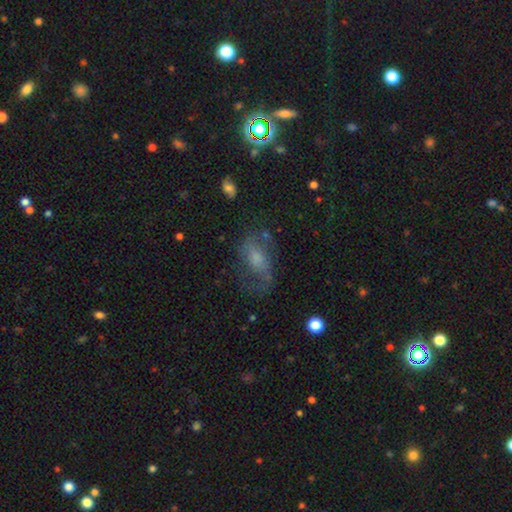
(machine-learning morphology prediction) Smooth or featured? Predicted: featured or disk (p=0.54). Edge-on disk? Predicted: no (p=0.94). Bar? Predicted: no (p=0.53). Spiral arms? Predicted: yes (p=0.76). Bulge size? Predicted: moderate (p=0.37). Merging? Predicted: none (p=0.51).